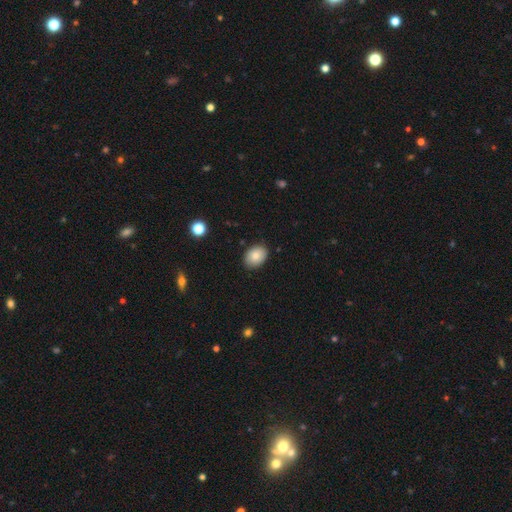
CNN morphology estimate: This is clearly a smooth galaxy (84%). How rounded: likely in between (75%). Merging: clearly none (87%).